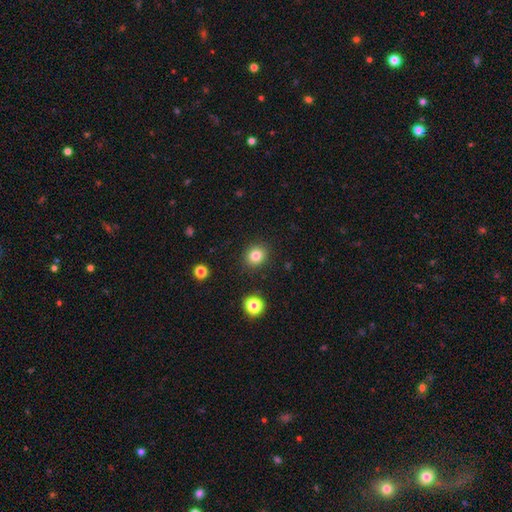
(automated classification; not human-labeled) The model was most divided on "how rounded": round: 75%, in between: 25%, cigar-shaped: 1%. More confident: merging — none (89%); smooth or featured — smooth (82%).